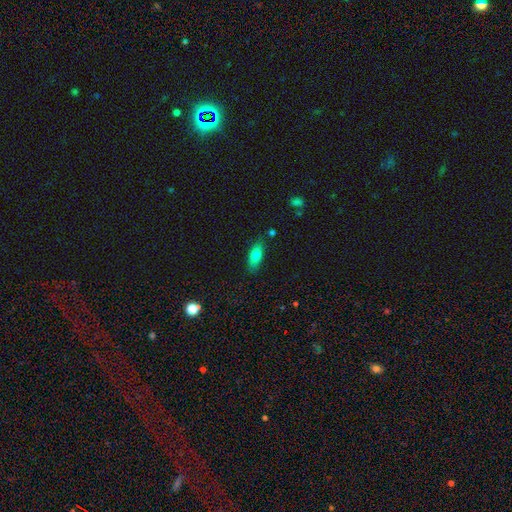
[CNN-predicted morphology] A smooth galaxy with no disk features (77%) that is in between round and cigar-shaped (72%).

Vote fractions:
- Smooth or featured? smooth: 77% / featured or disk: 15% / star or artifact: 8%
- How rounded? in between: 72% / cigar-shaped: 25% / round: 3%
- Merging? none: 78% / minor disturbance: 16% / major disturbance: 4% / merger: 3%